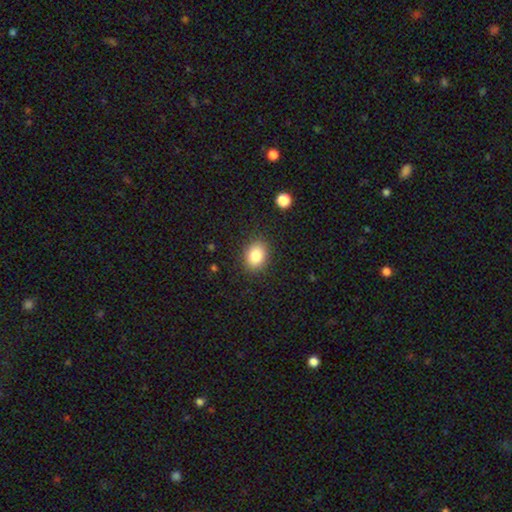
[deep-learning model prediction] Morphology: type=smooth (84%); roundness=in between (59%); merging=none (86%).